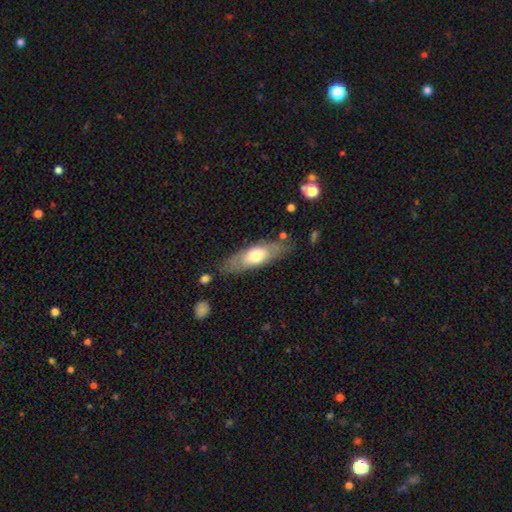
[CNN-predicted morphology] type=smooth (57%); roundness=in between (59%); merging=none (78%).